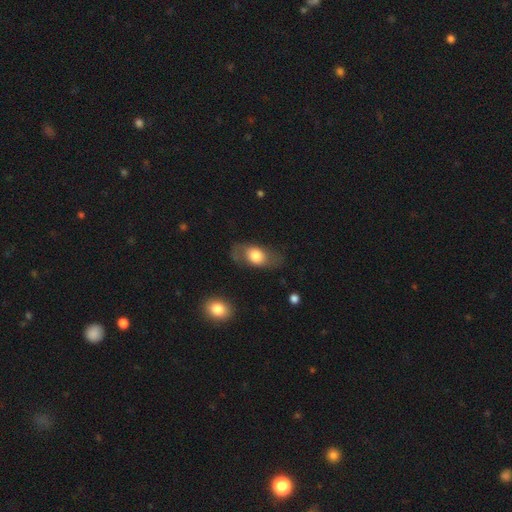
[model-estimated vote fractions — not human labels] smooth-or-featured: smooth: 61% | featured or disk: 33% | star or artifact: 6%
  how-rounded: in between: 79% | round: 16% | cigar-shaped: 4%
  merging: none: 68% | minor disturbance: 19% | major disturbance: 12% | merger: 2%